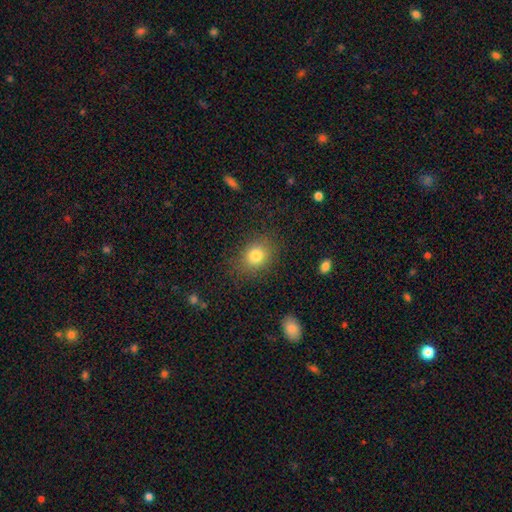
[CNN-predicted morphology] This appears to be a smooth galaxy with no disk features (81%) that is round (57%). Merging: none (81%).